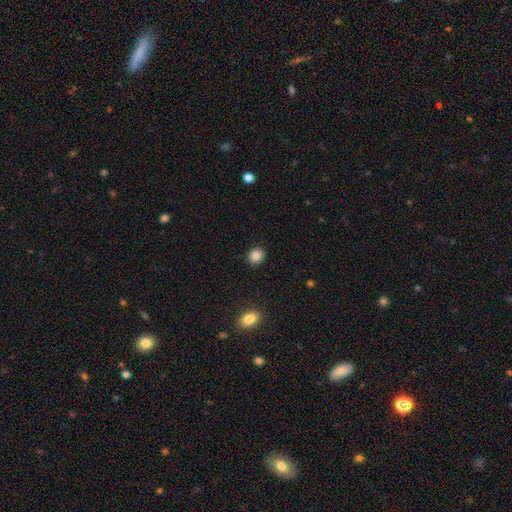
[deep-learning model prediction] Smooth or featured? smooth (85%)
How rounded? round (78%)
Merging? none (91%)